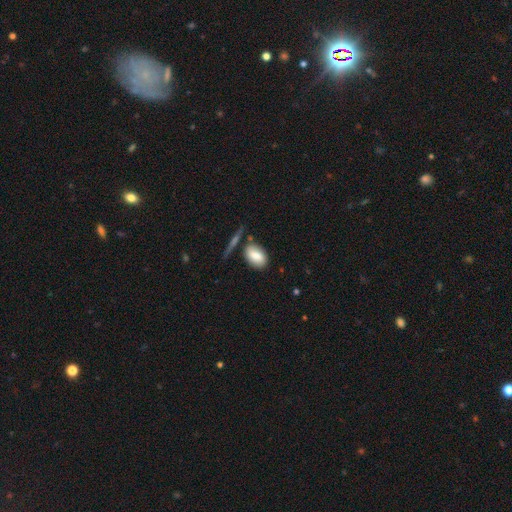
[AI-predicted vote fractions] Smooth or featured?
  - smooth: 79% *
  - featured or disk: 14%
  - star or artifact: 7%
How rounded?
  - in between: 86% *
  - round: 12%
  - cigar-shaped: 2%
Merging?
  - none: 62% *
  - minor disturbance: 20%
  - merger: 11%
  - major disturbance: 7%